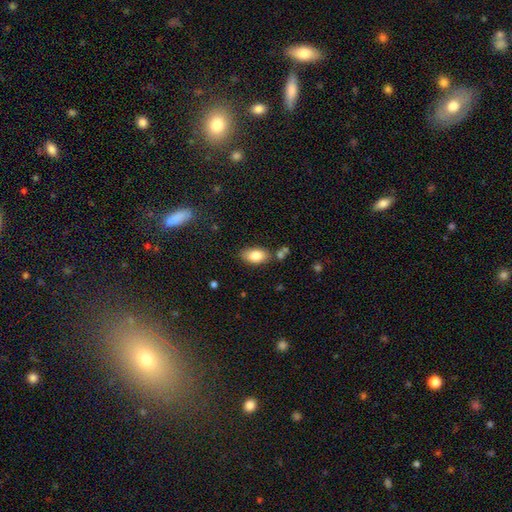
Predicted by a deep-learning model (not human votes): This is clearly a smooth galaxy (83%). How rounded: clearly in between (92%). Merging: likely none (76%).